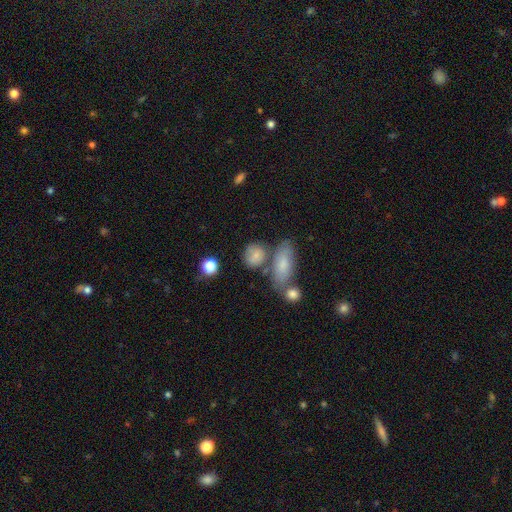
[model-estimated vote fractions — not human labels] This appears to be a smooth galaxy with no disk features (76%) that is round (57%). Merging: none (61%).